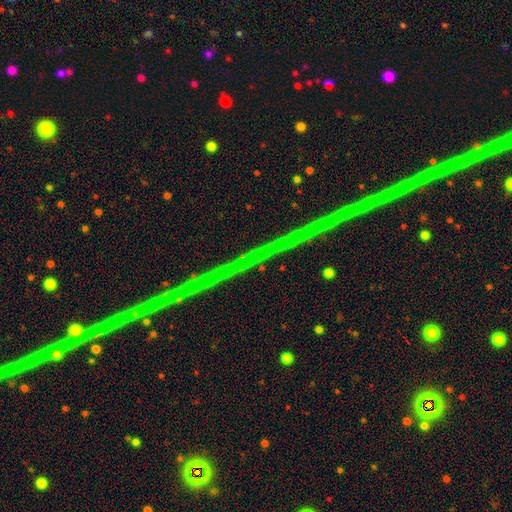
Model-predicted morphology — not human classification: Smooth or featured? Predicted: star or artifact (p=0.75).